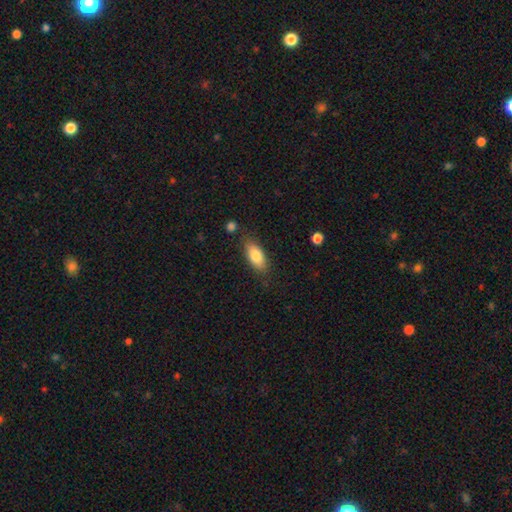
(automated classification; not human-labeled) A smooth galaxy with no disk features (82%) that is in between round and cigar-shaped (85%). Merging: none (80%).